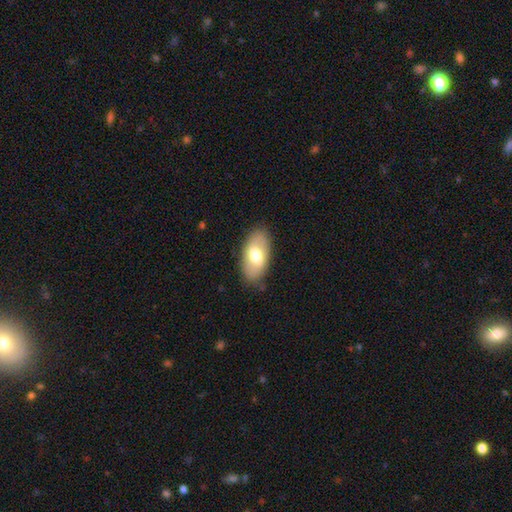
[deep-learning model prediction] Smooth or featured?
  - smooth: 66% *
  - featured or disk: 28%
  - star or artifact: 6%
How rounded?
  - in between: 93% *
  - round: 4%
  - cigar-shaped: 3%
Merging?
  - none: 82% *
  - minor disturbance: 13%
  - major disturbance: 4%
  - merger: 1%